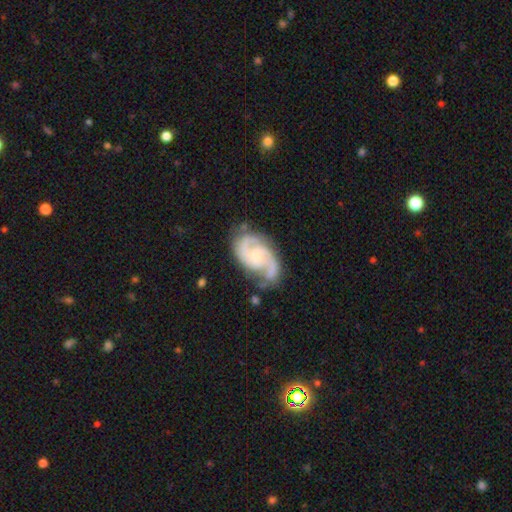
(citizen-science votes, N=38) smooth-or-featured: featured or disk: 97% | star or artifact: 3% | smooth: 0%
  disk-edge-on: no: 100% | yes: 0%
    bar: no: 65% | weak: 22% | strong: 14%
    has-spiral-arms: yes: 95% | no: 5%
      spiral-winding: medium: 60% | tight: 31% | loose: 9%
      spiral-arm-count: 2: 100% | 1: 0% | 3: 0% | 4: 0% | more than 4: 0% | can't tell: 0%
    bulge-size: small: 81% | moderate: 11% | none: 8% | dominant: 0% | large: 0%
  merging: none: 70% | minor disturbance: 24% | merger: 5% | major disturbance: 0%